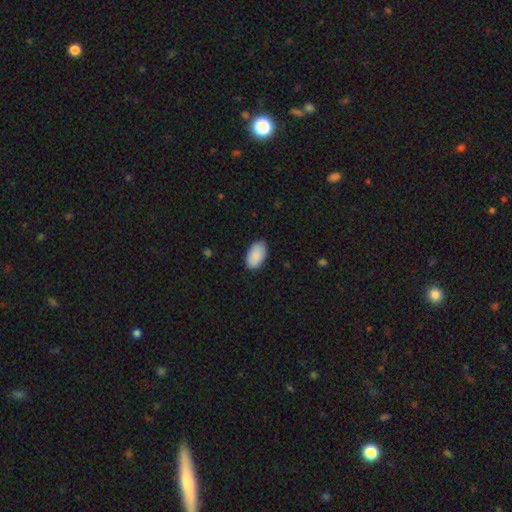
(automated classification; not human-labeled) This is clearly a smooth galaxy (91%). How rounded: clearly in between (95%). Merging: clearly none (86%).